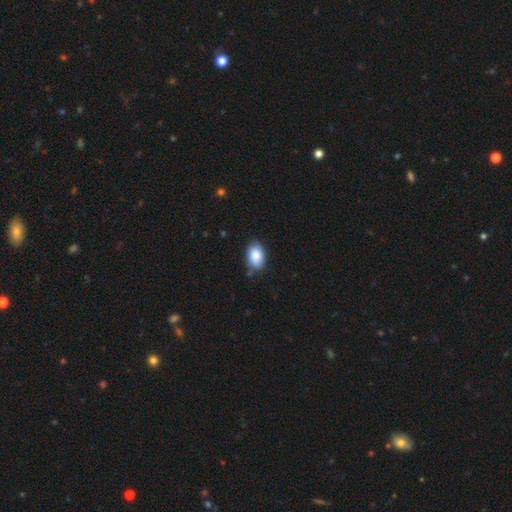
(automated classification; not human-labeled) Smooth or featured: smooth — 87% (star or artifact — 7%)
How rounded: in between — 90% (round — 8%)
Merging: none — 77% (minor disturbance — 18%)